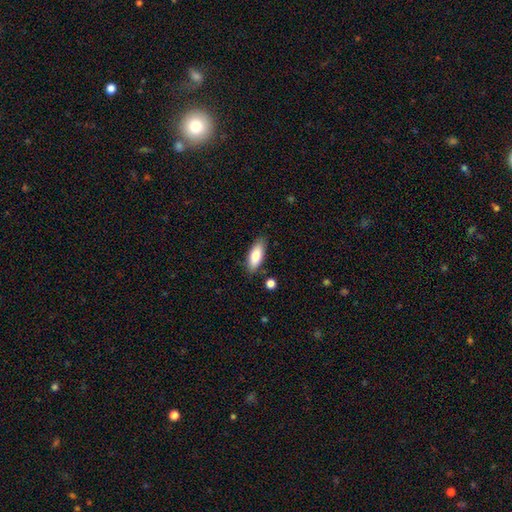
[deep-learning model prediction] Smooth or featured: smooth — 80% (featured or disk — 13%)
How rounded: in between — 72% (cigar-shaped — 26%)
Merging: none — 83% (minor disturbance — 11%)